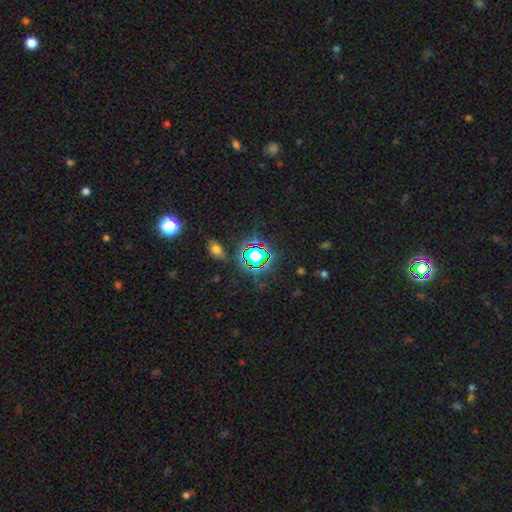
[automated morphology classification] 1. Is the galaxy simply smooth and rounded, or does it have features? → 70% star or artifact, 19% smooth, 10% featured or disk.